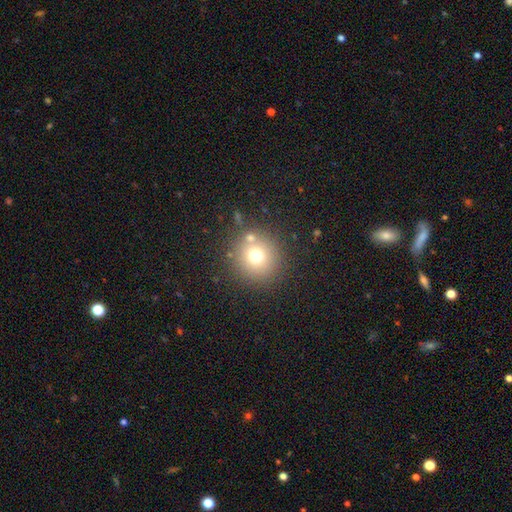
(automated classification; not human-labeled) This appears to be a smooth galaxy with no disk features (71%) that is round (93%). Merging: none (80%).